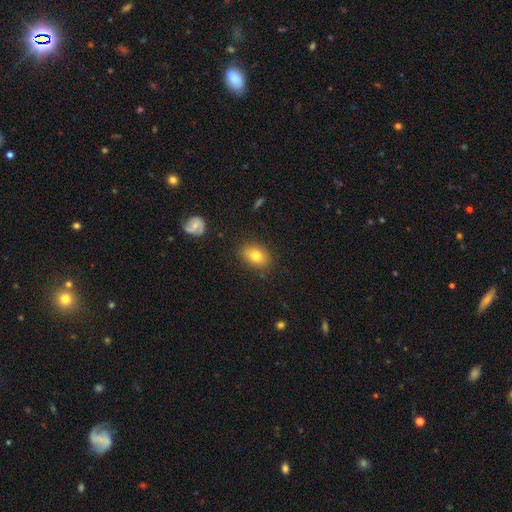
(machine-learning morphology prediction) smooth-or-featured: smooth: 77% | featured or disk: 13% | star or artifact: 10%
  how-rounded: in between: 74% | round: 25% | cigar-shaped: 1%
  merging: none: 84% | minor disturbance: 12% | major disturbance: 3% | merger: 2%